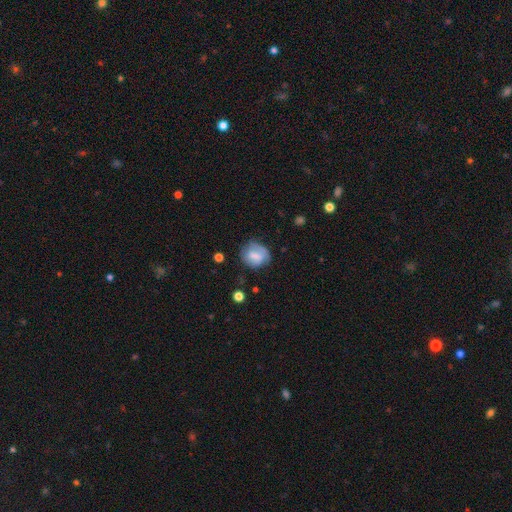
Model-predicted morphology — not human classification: Smooth or featured? Predicted: smooth (p=0.62). How rounded? Predicted: round (p=0.64). Merging? Predicted: none (p=0.63).